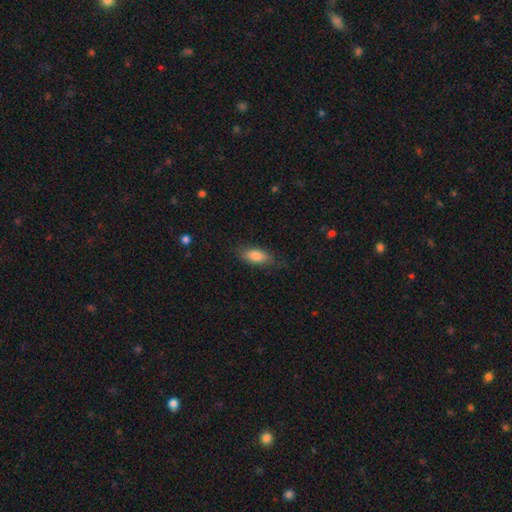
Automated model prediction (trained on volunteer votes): Overall: smooth (83%). How rounded: in between (83%). Merging: none (75%).